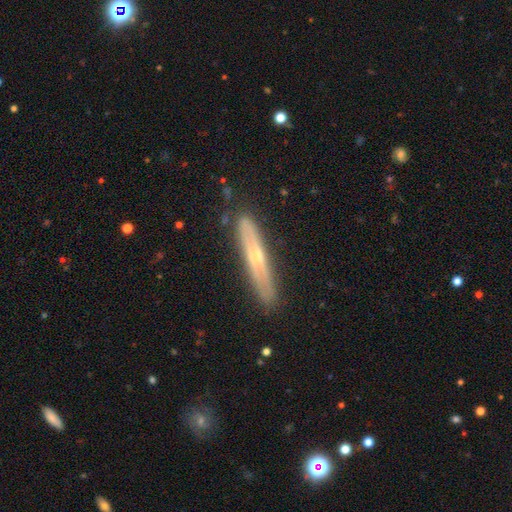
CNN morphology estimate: type=featured or disk (59%); edge-on=yes (78%); merging=none (83%).